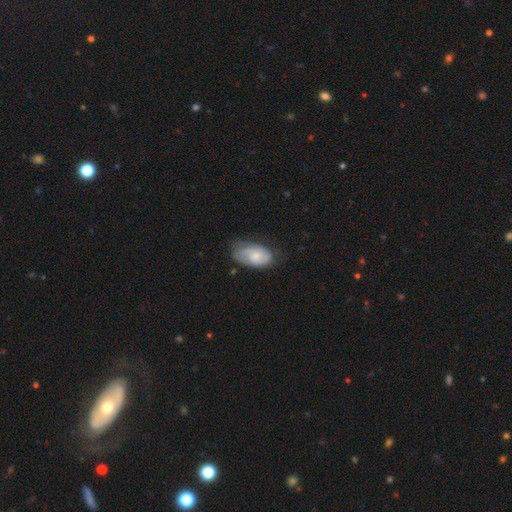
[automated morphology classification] Q: Smooth or featured?
A: smooth (59%); runner-up: featured or disk (34%)
Q: How rounded?
A: in between (93%); runner-up: round (5%)
Q: Merging?
A: none (57%); runner-up: minor disturbance (31%)